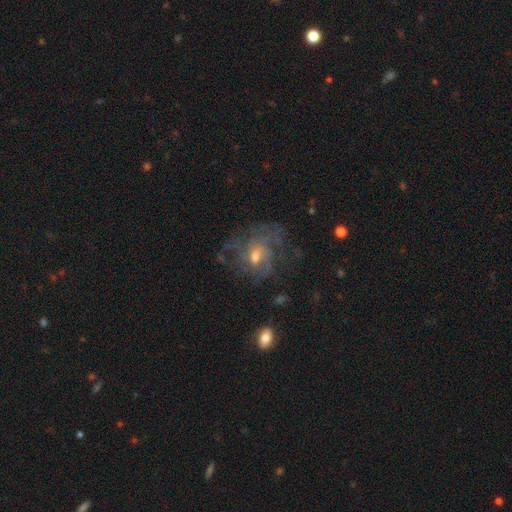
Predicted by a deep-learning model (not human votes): featured or disk 68%, smooth 19%, star or artifact 13%. Down the decision tree: edge-on disk — no (97%); bar — no (59%); spiral arms — yes (73%); bulge size — moderate (48%); merging — none (51%).